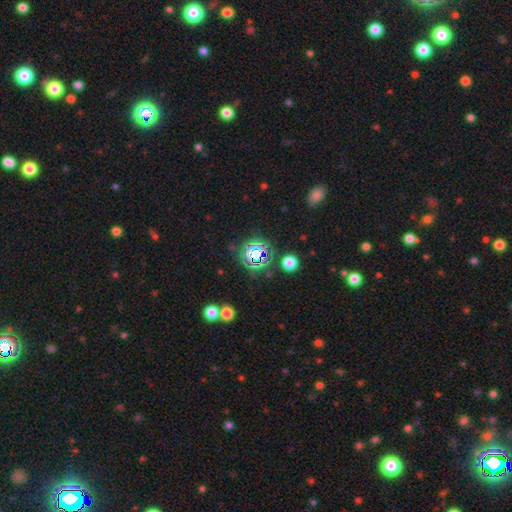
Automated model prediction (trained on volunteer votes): A star or artifact, not a galaxy (68%).